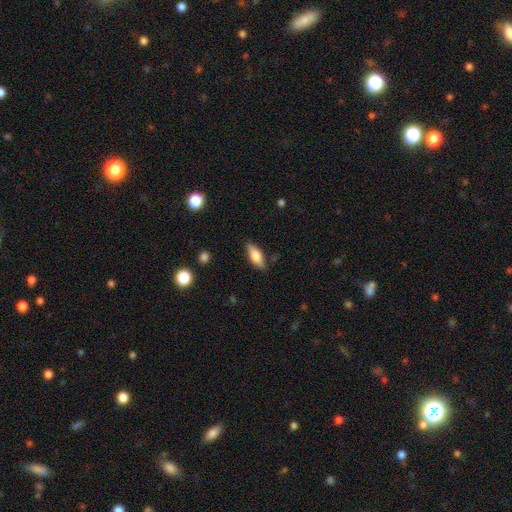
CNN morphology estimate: Smooth or featured: smooth — 68% (featured or disk — 25%)
How rounded: in between — 70% (cigar-shaped — 27%)
Merging: none — 84% (minor disturbance — 12%)